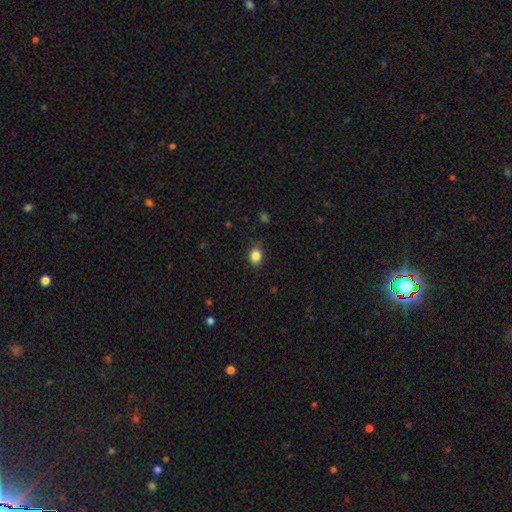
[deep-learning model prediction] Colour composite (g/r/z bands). It shows a smooth galaxy with no disk features (86%) that is in between round and cigar-shaped (58%). Merging: none (78%).